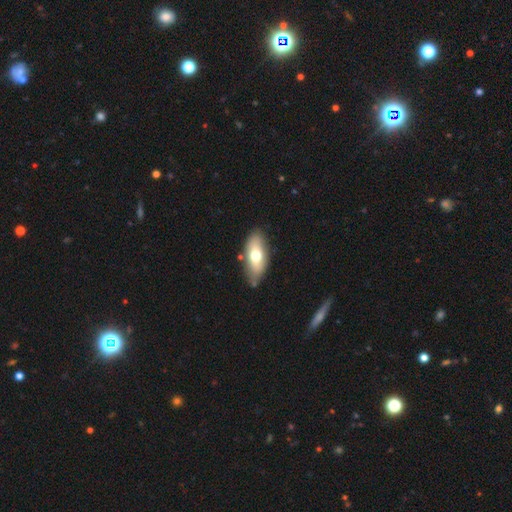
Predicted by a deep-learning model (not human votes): Smooth or featured? Predicted: smooth (p=0.63). How rounded? Predicted: in between (p=0.83). Merging? Predicted: none (p=0.75).